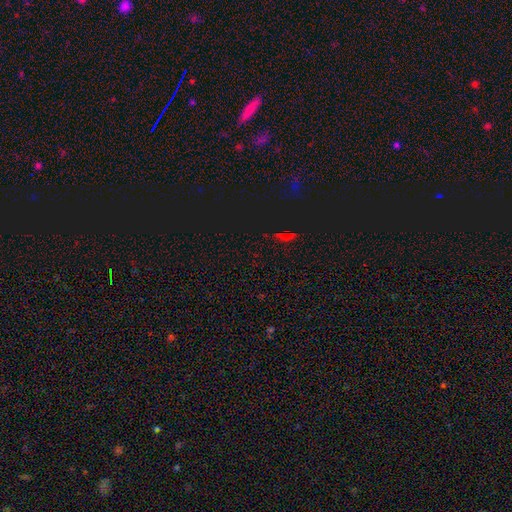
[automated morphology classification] Smooth or featured? star or artifact (71%)